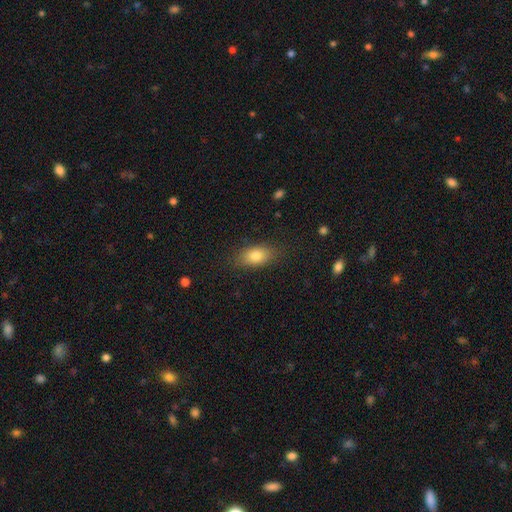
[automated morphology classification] Smooth or featured?
  - smooth: 82% *
  - featured or disk: 10%
  - star or artifact: 9%
How rounded?
  - in between: 85% *
  - round: 9%
  - cigar-shaped: 6%
Merging?
  - none: 83% *
  - minor disturbance: 12%
  - major disturbance: 4%
  - merger: 1%